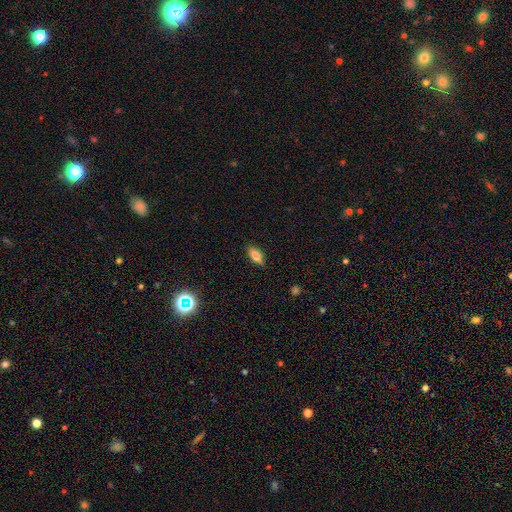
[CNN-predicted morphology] This is clearly a smooth galaxy (80%). How rounded: likely in between (76%). Merging: clearly none (86%).